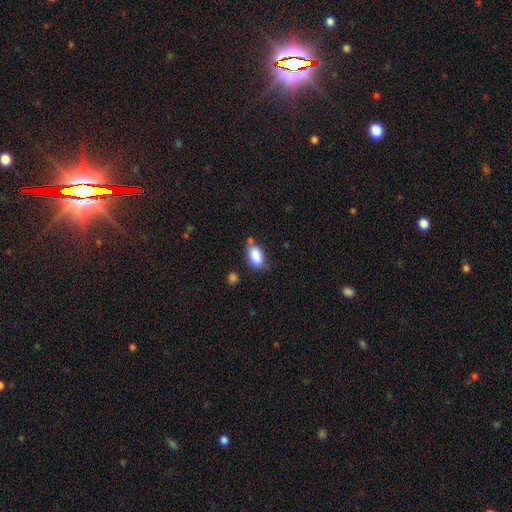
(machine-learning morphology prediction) This appears to be a smooth galaxy with no disk features (87%) that is in between round and cigar-shaped (92%). Merging: none (63%).